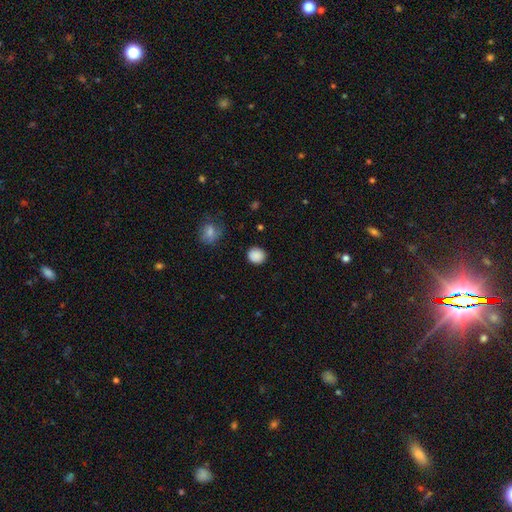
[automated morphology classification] type=smooth (88%); roundness=round (80%); merging=none (88%).